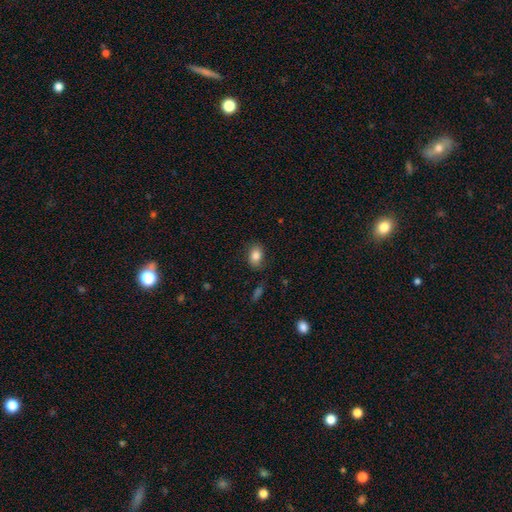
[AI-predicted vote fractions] Morphology: type=smooth (85%); roundness=in between (76%); merging=none (81%).